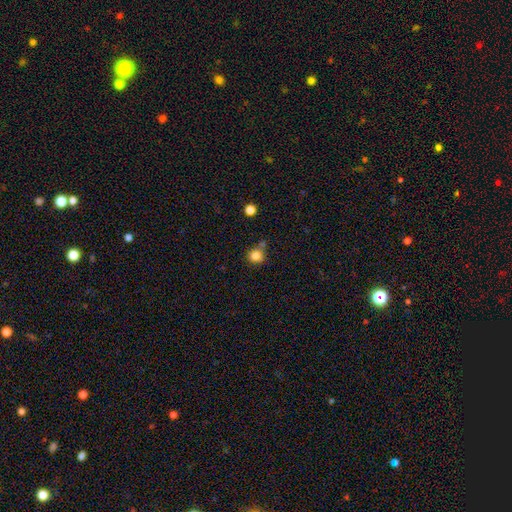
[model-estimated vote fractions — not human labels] Smooth or featured? smooth (82%)
How rounded? round (90%)
Merging? none (68%)